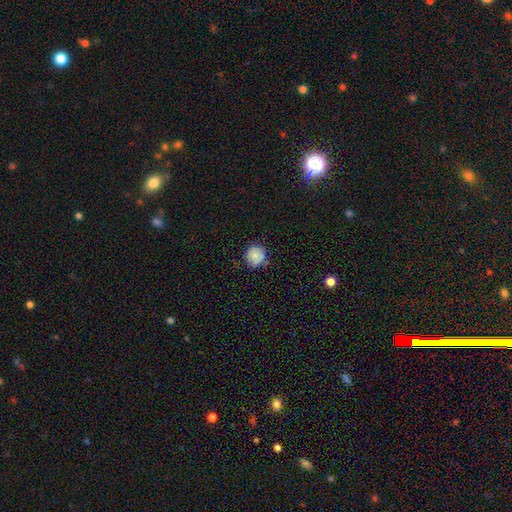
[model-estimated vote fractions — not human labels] smooth 81%, star or artifact 10%, featured or disk 9%. Down the decision tree: how rounded — round (90%); merging — none (76%).